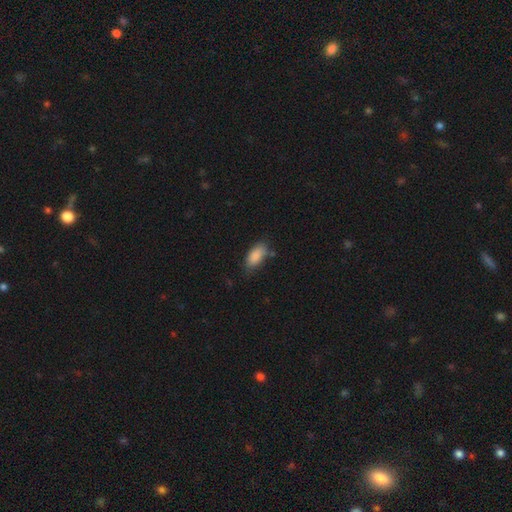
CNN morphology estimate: Smooth or featured? Predicted: smooth (p=0.87). How rounded? Predicted: in between (p=0.90). Merging? Predicted: none (p=0.71).